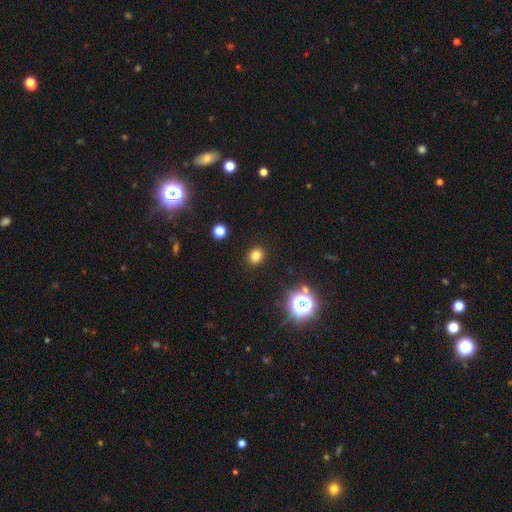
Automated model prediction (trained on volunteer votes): This is likely a smooth galaxy (79%). How rounded: likely round (64%). Merging: clearly none (90%).